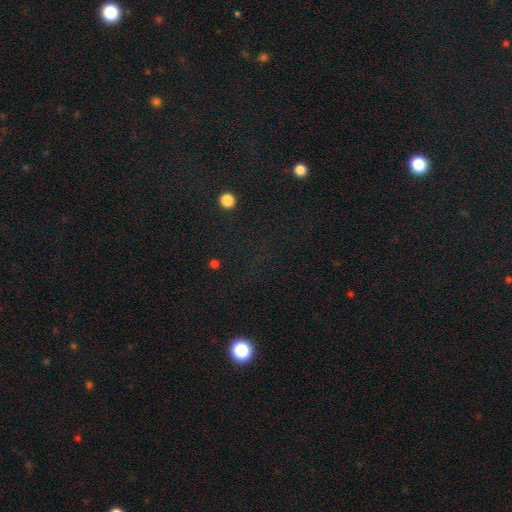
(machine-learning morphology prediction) This is likely a star or artifact rather than a galaxy (70%).